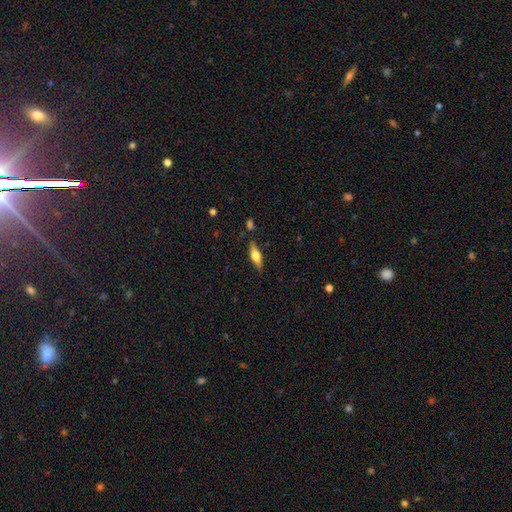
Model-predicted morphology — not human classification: type=featured or disk (49%); merging=none (83%).